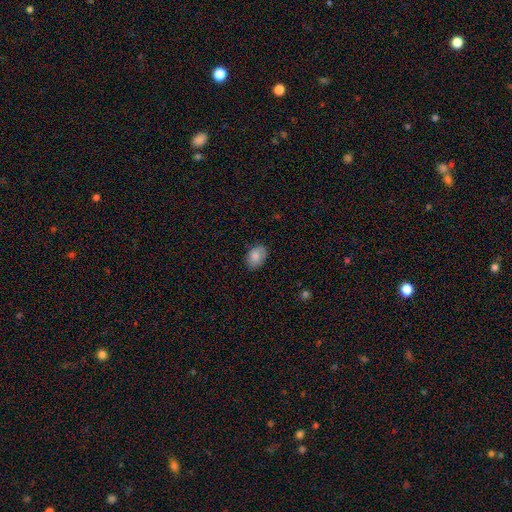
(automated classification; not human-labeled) Smooth or featured?
  - smooth: 83% *
  - featured or disk: 9%
  - star or artifact: 8%
How rounded?
  - in between: 82% *
  - round: 16%
  - cigar-shaped: 1%
Merging?
  - none: 80% *
  - minor disturbance: 16%
  - major disturbance: 3%
  - merger: 1%